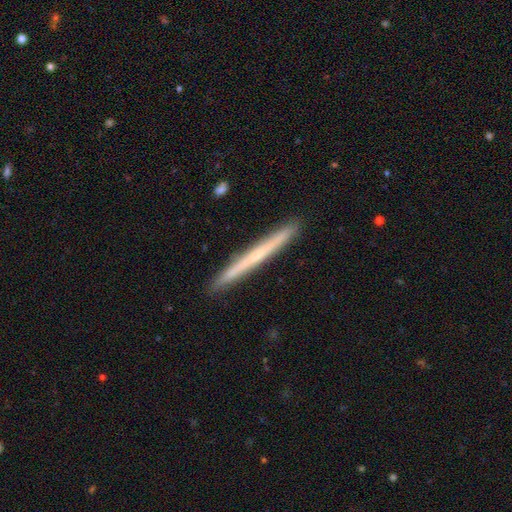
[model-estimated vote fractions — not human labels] Smooth or featured: featured or disk — 47% (tied with smooth — 47%)
Merging: none — 92% (minor disturbance — 5%)